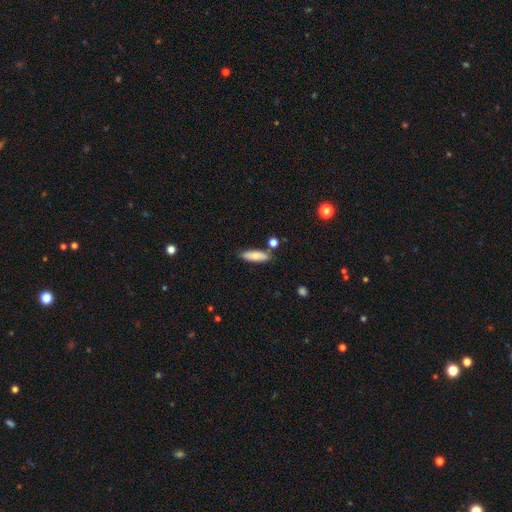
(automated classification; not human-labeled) Overall: smooth (81%). How rounded: cigar-shaped (49%, tied with in between). Merging: none (78%).